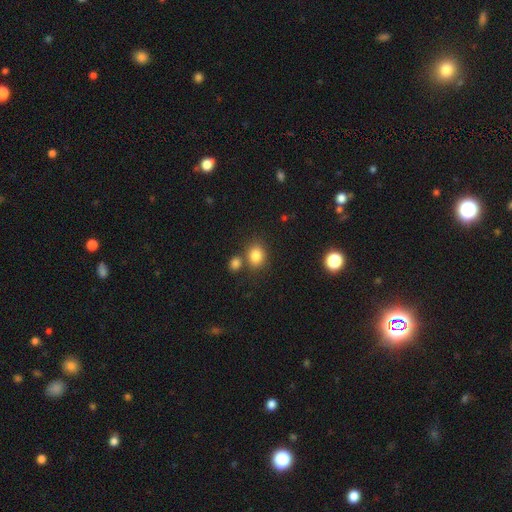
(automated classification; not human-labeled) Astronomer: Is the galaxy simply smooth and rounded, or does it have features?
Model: smooth — 82%.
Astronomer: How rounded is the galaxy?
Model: round — 55% (runner-up: in between, 44%).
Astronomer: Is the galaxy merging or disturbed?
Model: none — 65%.